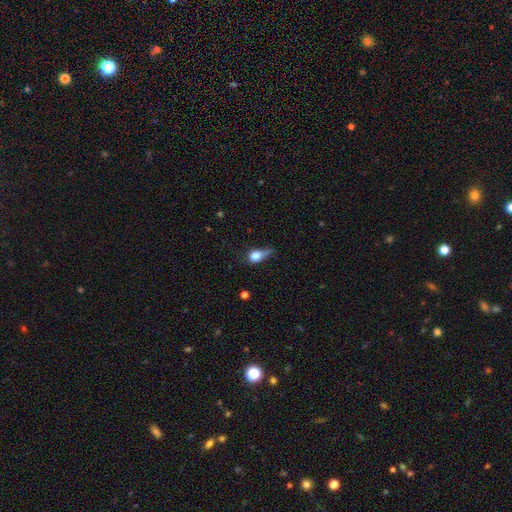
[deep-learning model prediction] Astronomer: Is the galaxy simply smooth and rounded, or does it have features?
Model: smooth — 73%.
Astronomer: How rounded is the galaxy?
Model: in between — 54% (runner-up: round, 38%).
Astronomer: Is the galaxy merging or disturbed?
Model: minor disturbance — 35% (runner-up: major disturbance, 34%).